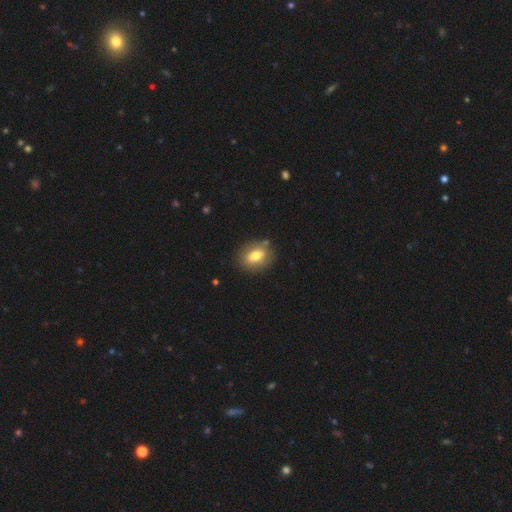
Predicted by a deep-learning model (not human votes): smooth-or-featured: smooth: 69% | featured or disk: 22% | star or artifact: 8%
  how-rounded: in between: 63% | round: 34% | cigar-shaped: 3%
  merging: none: 82% | minor disturbance: 11% | merger: 4% | major disturbance: 3%